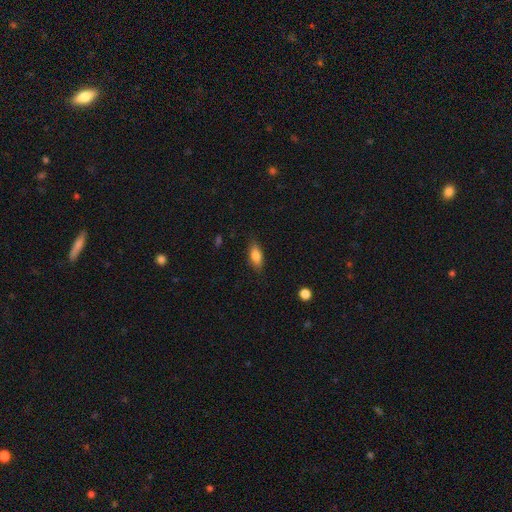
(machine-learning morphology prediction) A smooth galaxy with no disk features (82%) that is in between round and cigar-shaped (83%).

Vote fractions:
- Smooth or featured? smooth: 82% / featured or disk: 11% / star or artifact: 7%
- How rounded? in between: 83% / cigar-shaped: 14% / round: 4%
- Merging? none: 83% / minor disturbance: 13% / major disturbance: 3% / merger: 1%